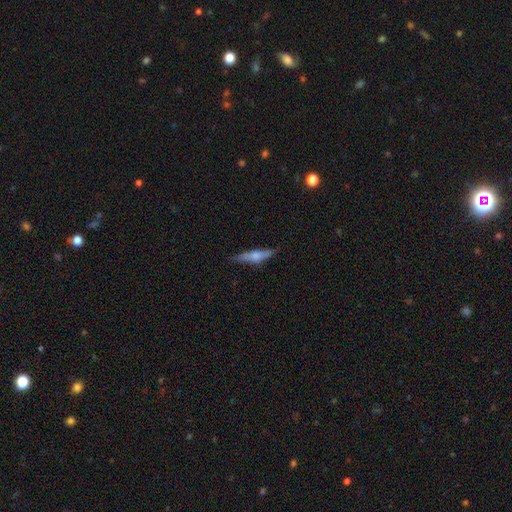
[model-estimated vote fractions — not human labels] A smooth galaxy with no disk features (49%).

Vote fractions:
- Smooth or featured? smooth: 49% / featured or disk: 44% / star or artifact: 6%
- Merging? none: 81% / minor disturbance: 15% / major disturbance: 3% / merger: 1%